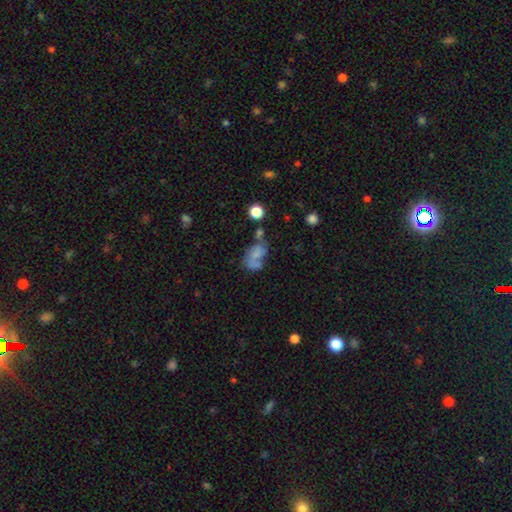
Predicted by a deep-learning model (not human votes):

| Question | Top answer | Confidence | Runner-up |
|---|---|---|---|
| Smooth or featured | smooth | 54% | featured or disk (32%) |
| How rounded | in between | 81% | round (16%) |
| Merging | merger | 34% | none (28%) |